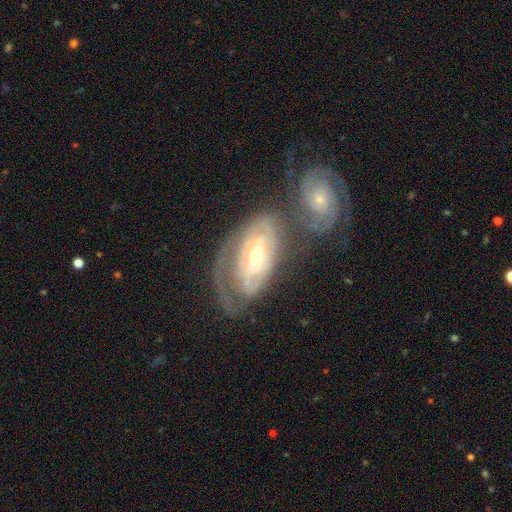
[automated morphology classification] type=featured or disk (82%); edge-on=no (94%); bar=no (57%); spiral arms=yes (89%); winding=tight (73%); arm count=can't tell (41%); bulge=moderate (60%); merging=none (40%).